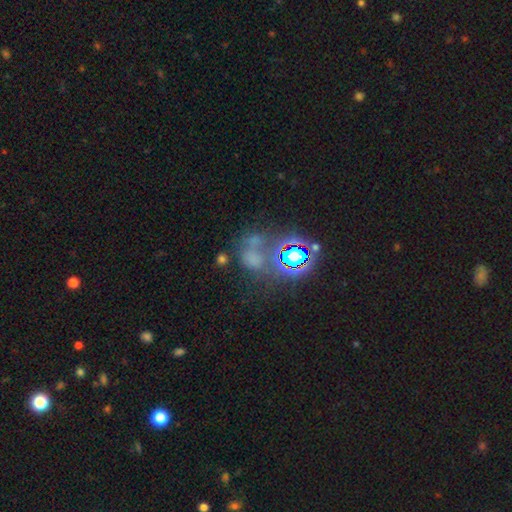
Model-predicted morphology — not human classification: smooth-or-featured: star or artifact: 55% | smooth: 25% | featured or disk: 20%